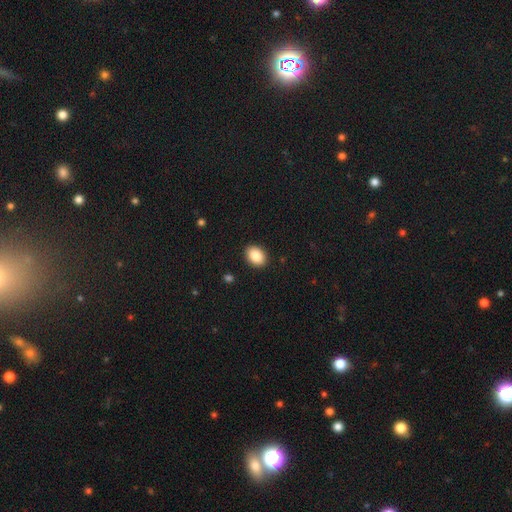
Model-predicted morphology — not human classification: Smooth or featured? Predicted: smooth (p=0.88). How rounded? Predicted: in between (p=0.71). Merging? Predicted: none (p=0.91).